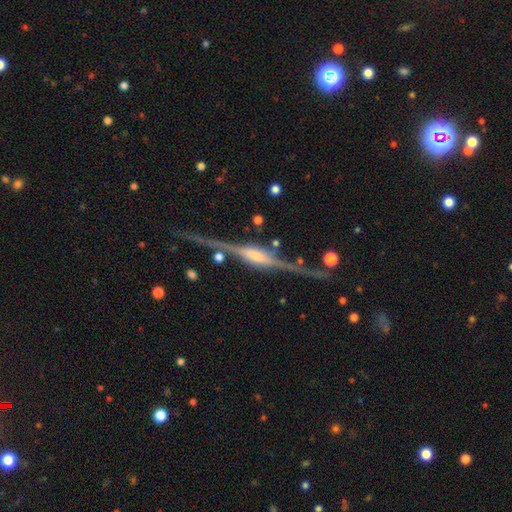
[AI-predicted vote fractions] Smooth or featured? Predicted: featured or disk (p=0.89). Edge-on disk? Predicted: yes (p=0.95). Edge-on bulge? Predicted: rounded (p=0.76). Merging? Predicted: none (p=0.73).